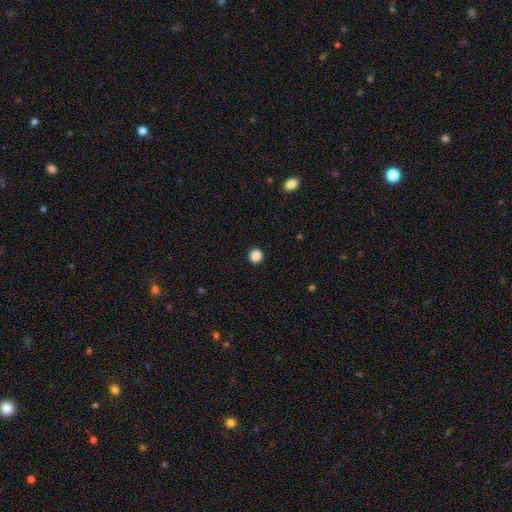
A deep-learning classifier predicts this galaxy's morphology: smooth 87%, star or artifact 10%, featured or disk 2%. Down the decision tree: how rounded — round (91%); merging — none (93%).